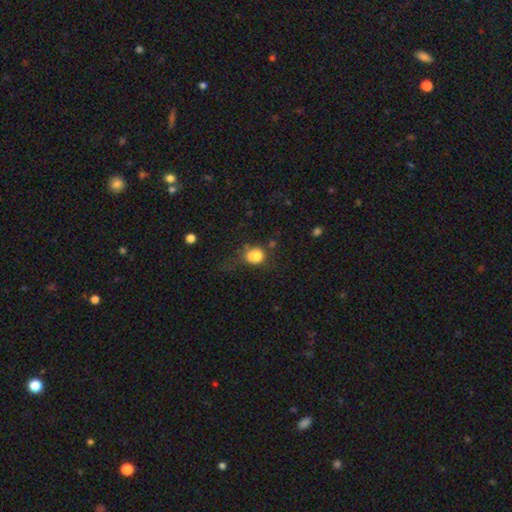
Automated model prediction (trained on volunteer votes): Smooth or featured? smooth (79%)
How rounded? round (63%)
Merging? none (46%)